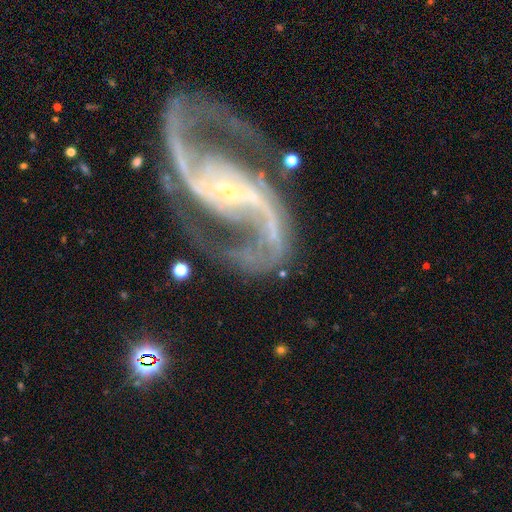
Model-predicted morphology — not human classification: smooth_or_featured: featured or disk (p=0.94) [alt: star or artifact p=0.04]
disk_edge_on: no (p=0.98) [alt: yes p=0.02]
bar: strong (p=0.44) [alt: weak p=0.32]
has_spiral_arms: yes (p=0.98) [alt: no p=0.02]
spiral_winding: medium (p=0.50) [alt: loose p=0.38]
spiral_arm_count: 2 (p=0.94) [alt: 3 p=0.01]
bulge_size: small (p=0.83) [alt: moderate p=0.12]
merging: none (p=0.71) [alt: minor disturbance p=0.15]